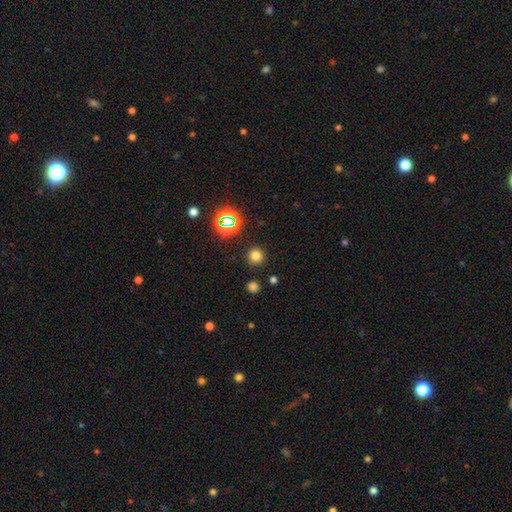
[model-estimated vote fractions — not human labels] Overall: smooth (74%). How rounded: round (94%). Merging: none (89%).